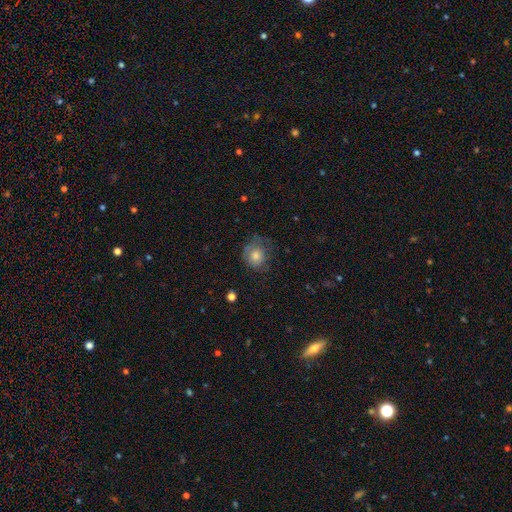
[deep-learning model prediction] Smooth or featured? Predicted: smooth (p=0.60). How rounded? Predicted: round (p=0.80). Merging? Predicted: none (p=0.58).